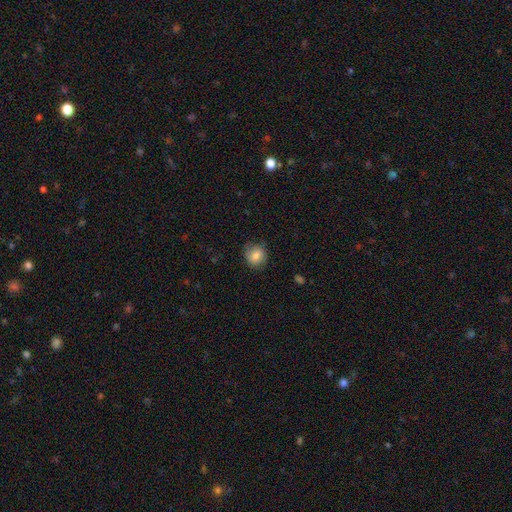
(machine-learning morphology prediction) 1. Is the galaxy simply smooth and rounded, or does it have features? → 80% smooth, 11% featured or disk, 9% star or artifact.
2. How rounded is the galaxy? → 80% round, 19% in between, 1% cigar-shaped.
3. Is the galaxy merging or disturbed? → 76% none, 19% minor disturbance, 4% major disturbance, 1% merger.